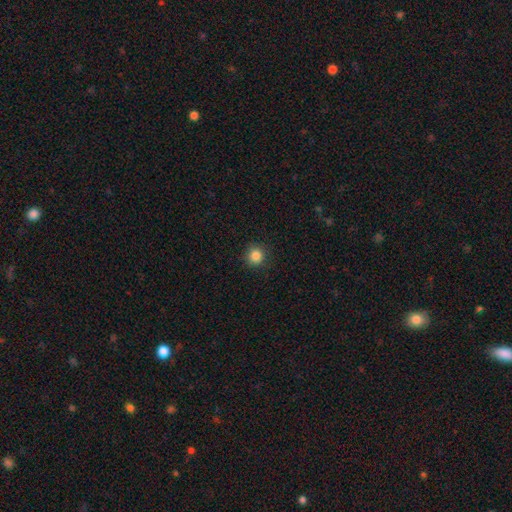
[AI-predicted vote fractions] A smooth galaxy with no disk features (85%) that is round (93%).

Vote fractions:
- Smooth or featured? smooth: 85% / star or artifact: 11% / featured or disk: 4%
- How rounded? round: 93% / in between: 6% / cigar-shaped: 1%
- Merging? none: 90% / minor disturbance: 7% / major disturbance: 2% / merger: 1%